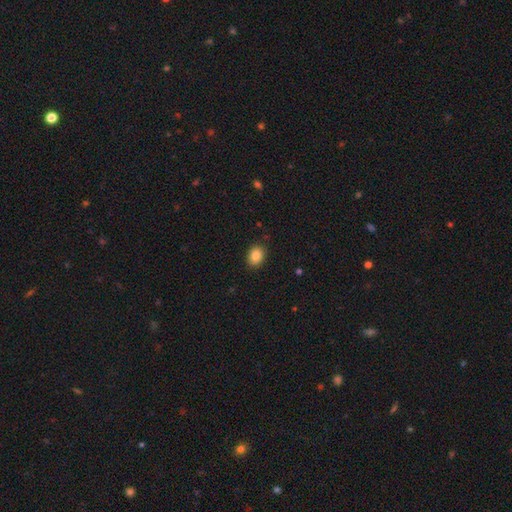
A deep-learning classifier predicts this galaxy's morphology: Smooth or featured? Predicted: smooth (p=0.86). How rounded? Predicted: in between (p=0.62). Merging? Predicted: none (p=0.88).